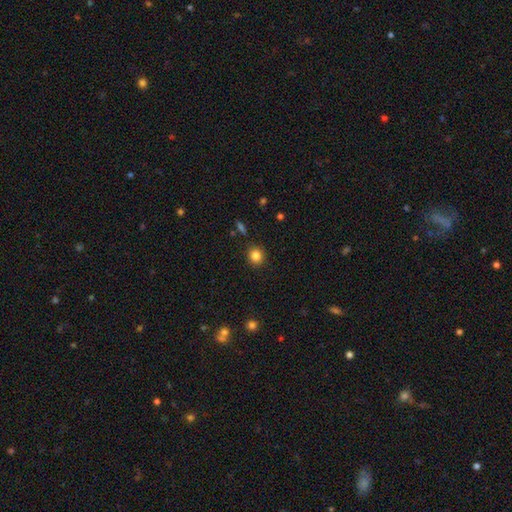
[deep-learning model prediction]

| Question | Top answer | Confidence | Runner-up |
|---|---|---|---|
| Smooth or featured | smooth | 83% | star or artifact (11%) |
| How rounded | round | 84% | in between (15%) |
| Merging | none | 89% | minor disturbance (7%) |